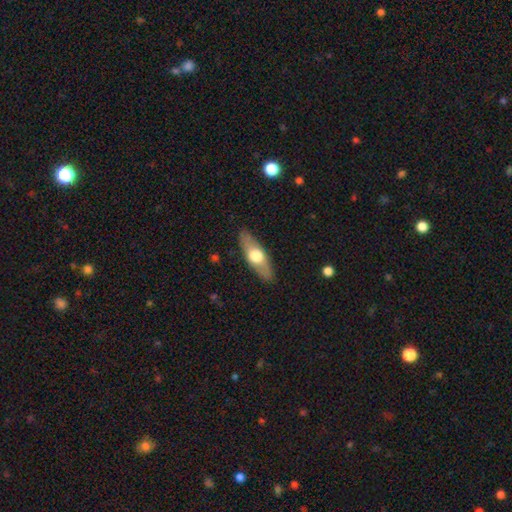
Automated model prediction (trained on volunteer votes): Morphology: type=smooth (50%); roundness=in between (57%); merging=none (87%).